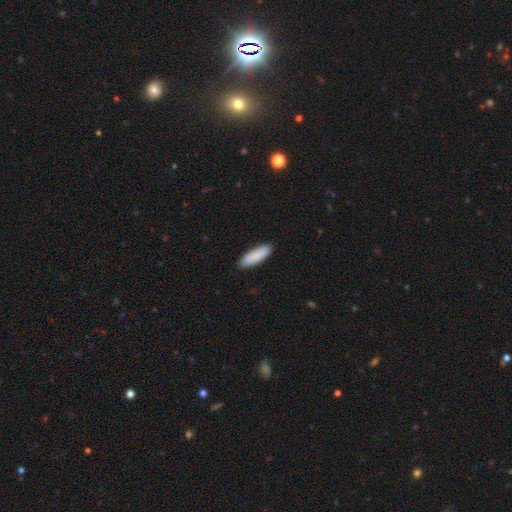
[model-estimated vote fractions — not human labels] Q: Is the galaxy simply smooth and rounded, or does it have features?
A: smooth — 88%.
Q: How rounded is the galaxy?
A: cigar-shaped — 50%.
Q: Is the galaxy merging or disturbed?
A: none — 89%.